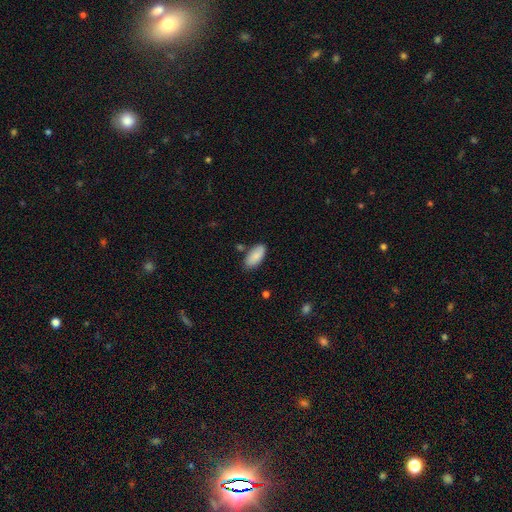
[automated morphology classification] Smooth or featured: smooth — 87% (featured or disk — 7%)
How rounded: in between — 91% (cigar-shaped — 7%)
Merging: none — 79% (minor disturbance — 14%)